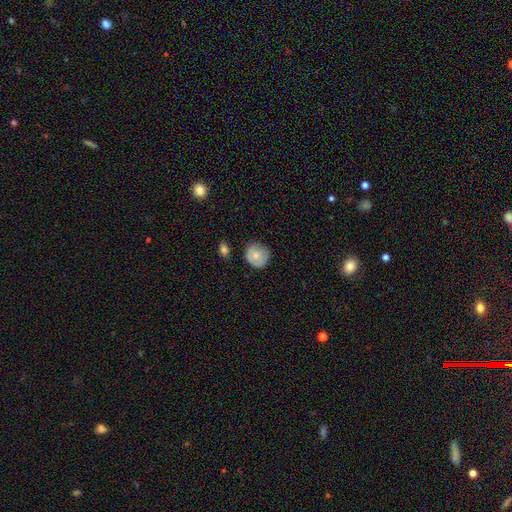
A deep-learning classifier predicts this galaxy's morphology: Overall: smooth (72%). How rounded: round (87%). Merging: none (73%).